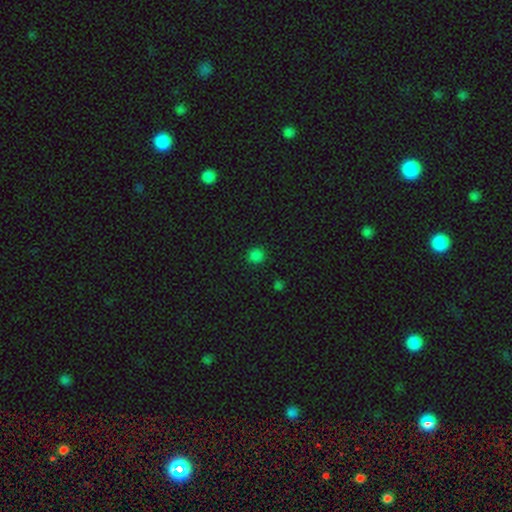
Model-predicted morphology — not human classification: smooth-or-featured: smooth: 81% | star or artifact: 16% | featured or disk: 3%
  how-rounded: round: 91% | in between: 8% | cigar-shaped: 1%
  merging: none: 90% | minor disturbance: 6% | major disturbance: 2% | merger: 1%